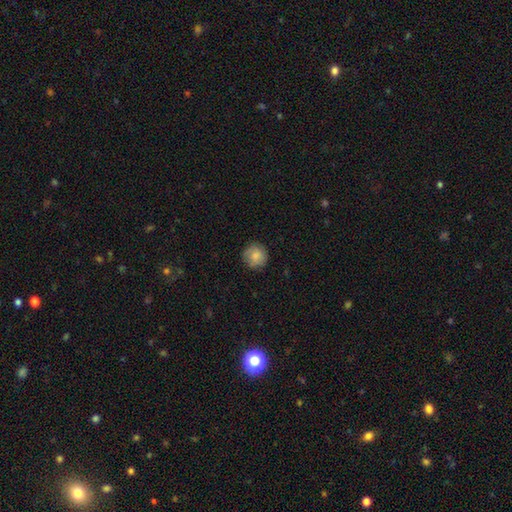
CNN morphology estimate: type=smooth (81%); roundness=round (92%); merging=none (82%).